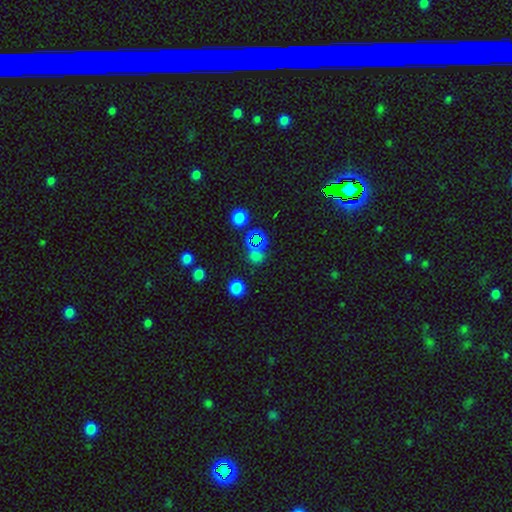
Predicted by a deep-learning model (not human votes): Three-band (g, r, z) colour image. It shows a star or artifact, not a galaxy (50%).